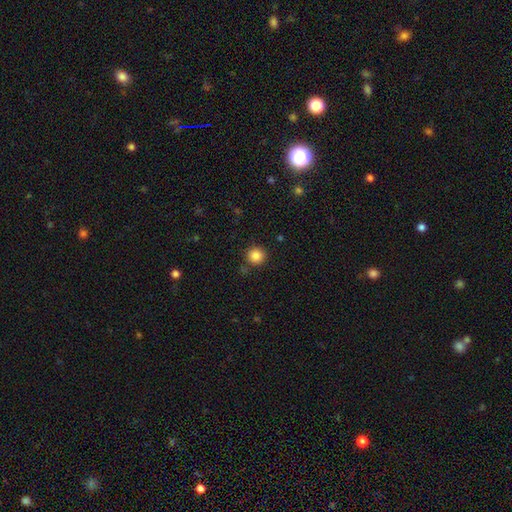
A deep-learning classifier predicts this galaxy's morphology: Smooth or featured? Predicted: smooth (p=0.85). How rounded? Predicted: round (p=0.94). Merging? Predicted: none (p=0.86).